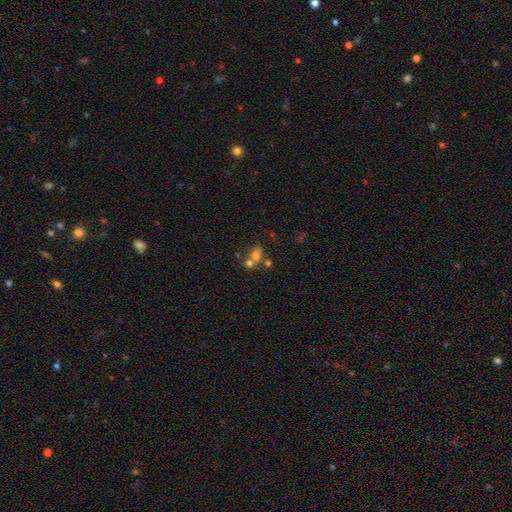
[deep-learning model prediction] smooth_or_featured: smooth (p=0.67) [alt: star or artifact p=0.18]
how_rounded: in between (p=0.52) [alt: round p=0.46]
merging: merger (p=0.48) [alt: none p=0.36]